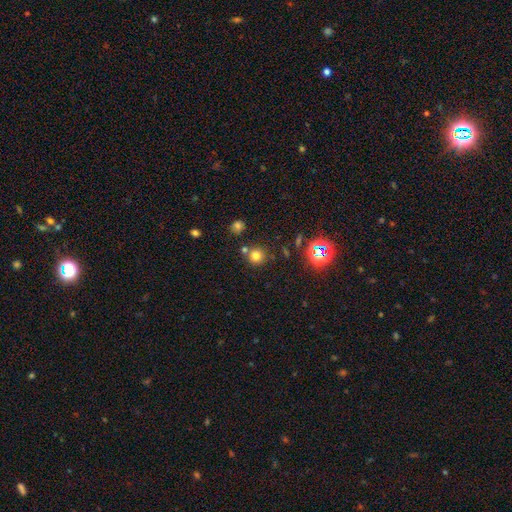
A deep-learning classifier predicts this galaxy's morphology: Overall: smooth (72%). How rounded: round (92%). Merging: none (74%).